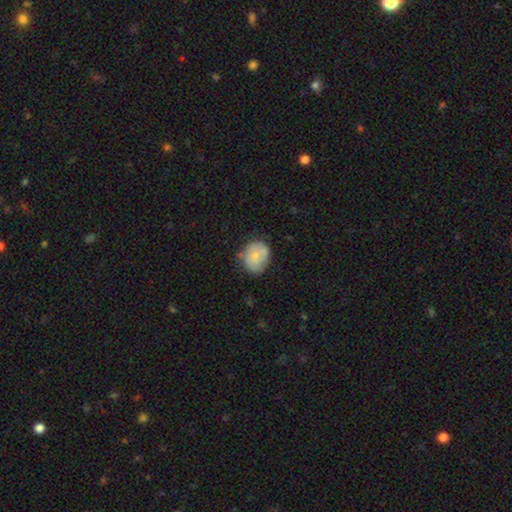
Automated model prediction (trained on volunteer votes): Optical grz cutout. It shows a smooth galaxy with no disk features (70%) that is round (64%). Merging: none (64%).